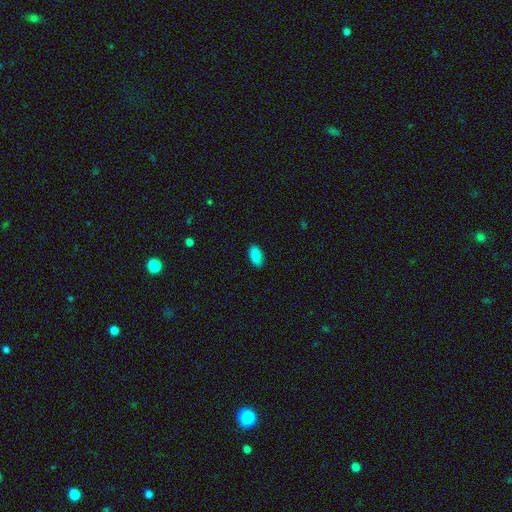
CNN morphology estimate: Smooth or featured? smooth (89%)
How rounded? in between (94%)
Merging? none (89%)